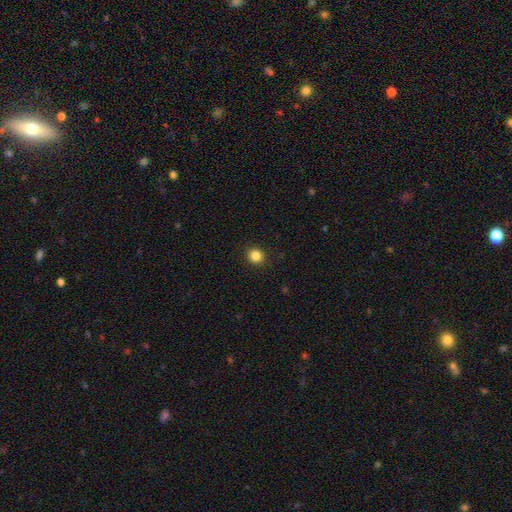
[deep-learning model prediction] A smooth galaxy with no disk features (85%) that is round (85%). Merging: none (91%).